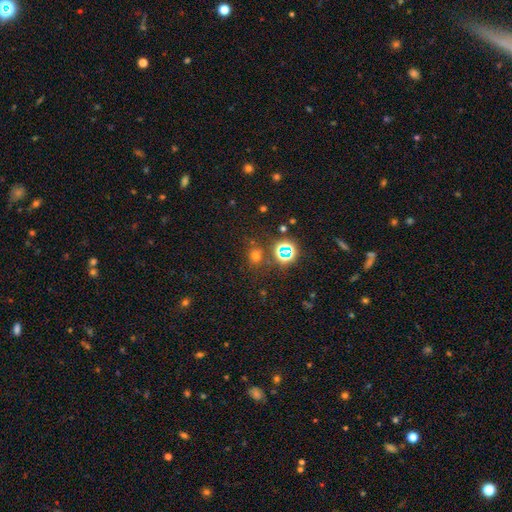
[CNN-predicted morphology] This is likely a smooth galaxy (61%). How rounded: clearly round (80%). Merging: likely none (78%).